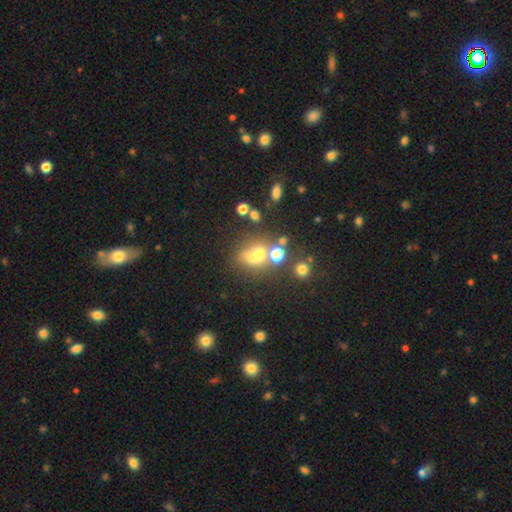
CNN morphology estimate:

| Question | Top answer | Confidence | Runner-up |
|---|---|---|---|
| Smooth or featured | smooth | 57% | star or artifact (24%) |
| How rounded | round | 68% | in between (30%) |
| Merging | none | 42% | merger (40%) |